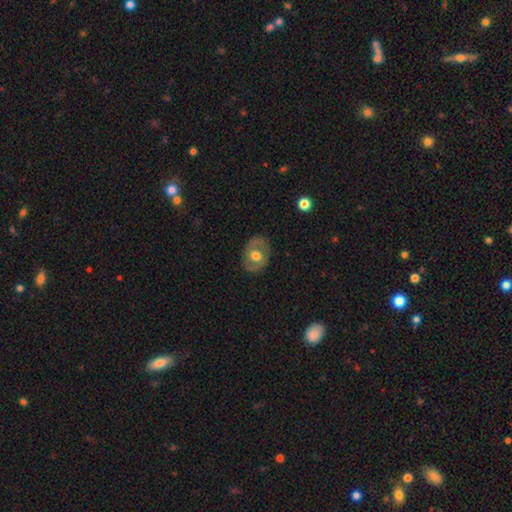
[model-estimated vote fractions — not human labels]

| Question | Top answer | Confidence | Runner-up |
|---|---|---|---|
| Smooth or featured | featured or disk | 51% | smooth (43%) |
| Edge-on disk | no | 94% | yes (6%) |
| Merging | none | 80% | minor disturbance (14%) |